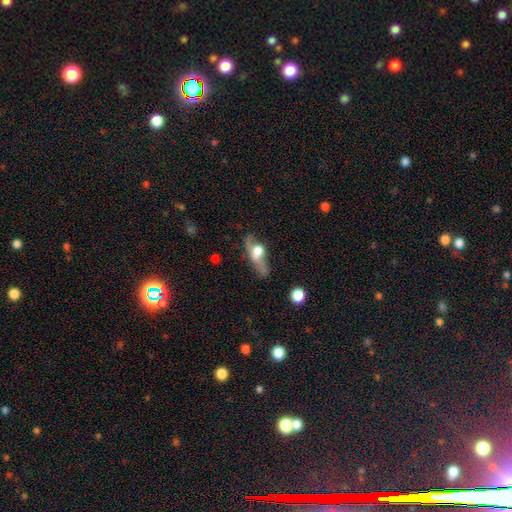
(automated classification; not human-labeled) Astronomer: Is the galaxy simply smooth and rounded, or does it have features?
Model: featured or disk — 52% (runner-up: smooth, 37%).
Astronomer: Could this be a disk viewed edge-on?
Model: yes — 53% (runner-up: no, 47%).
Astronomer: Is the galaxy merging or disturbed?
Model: none — 42% (runner-up: major disturbance, 24%).